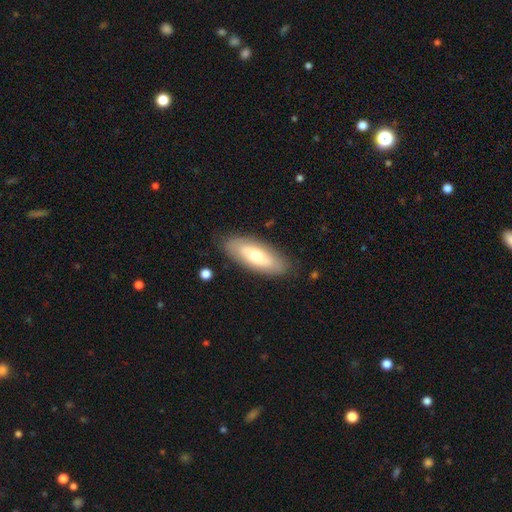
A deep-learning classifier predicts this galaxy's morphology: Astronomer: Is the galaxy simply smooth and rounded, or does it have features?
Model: smooth — 52% (runner-up: featured or disk, 42%).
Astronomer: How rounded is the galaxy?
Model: in between — 77%.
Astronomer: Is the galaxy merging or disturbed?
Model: none — 84%.